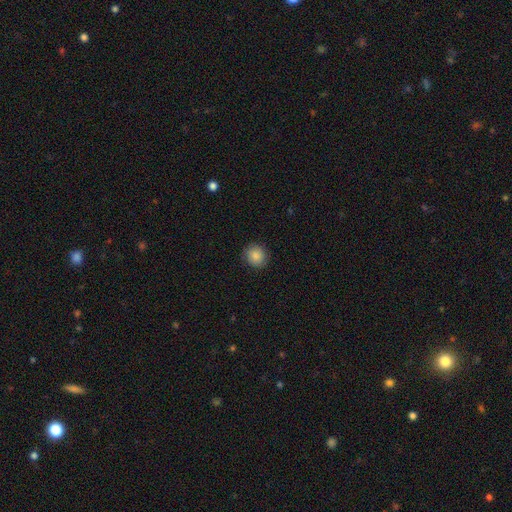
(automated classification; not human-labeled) Q: Smooth or featured?
A: smooth (87%); runner-up: star or artifact (8%)
Q: How rounded?
A: round (87%); runner-up: in between (12%)
Q: Merging?
A: none (88%); runner-up: minor disturbance (8%)